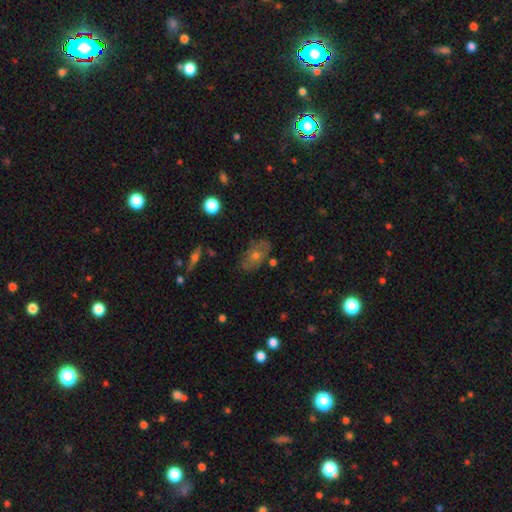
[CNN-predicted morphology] Smooth or featured? Predicted: featured or disk (p=0.44). Merging? Predicted: none (p=0.75).